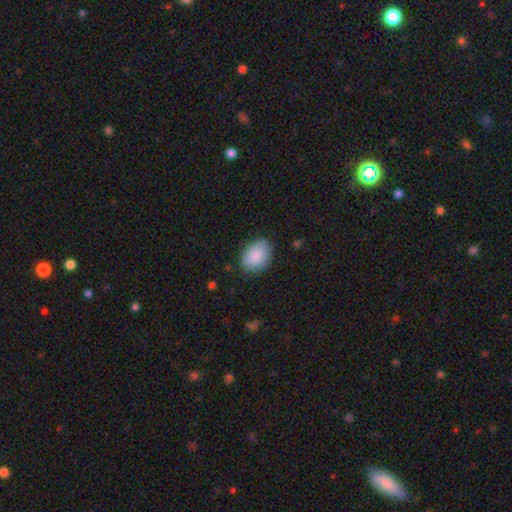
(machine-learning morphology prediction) smooth_or_featured: smooth (p=0.88) [alt: star or artifact p=0.06]
how_rounded: in between (p=0.74) [alt: round p=0.25]
merging: none (p=0.82) [alt: minor disturbance p=0.14]